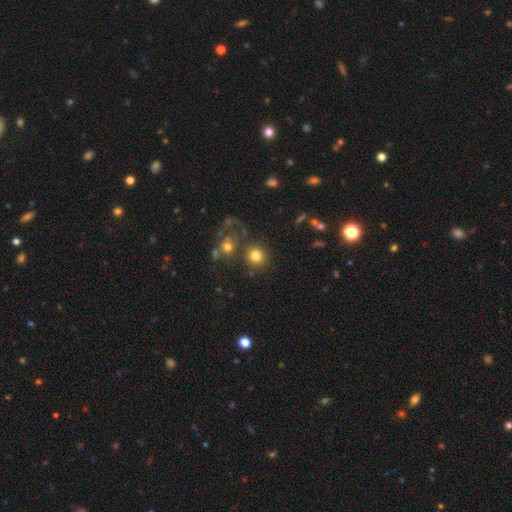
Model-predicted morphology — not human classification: Smooth or featured: smooth — 78% (star or artifact — 12%)
How rounded: round — 90% (in between — 9%)
Merging: none — 71% (merger — 14%)